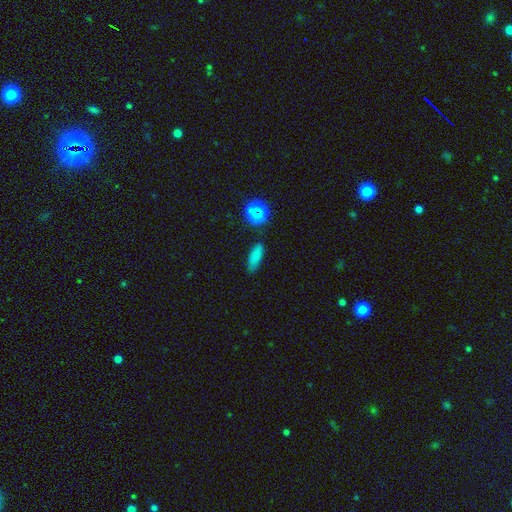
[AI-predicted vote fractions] smooth-or-featured: smooth: 79% | star or artifact: 14% | featured or disk: 6%
  how-rounded: in between: 58% | cigar-shaped: 37% | round: 6%
  merging: none: 81% | minor disturbance: 12% | major disturbance: 3% | merger: 3%